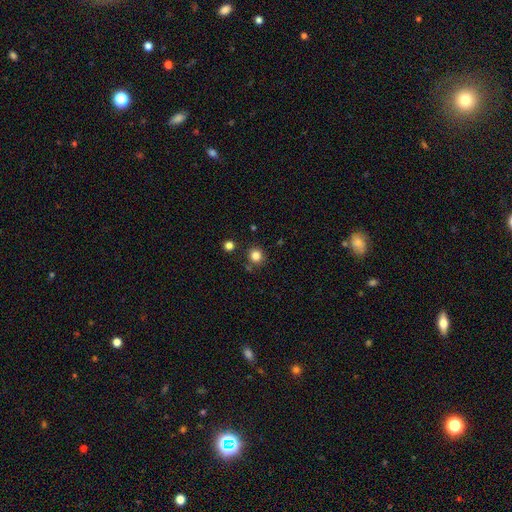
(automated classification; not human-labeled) A smooth galaxy with no disk features (83%) that is round (92%).

Vote fractions:
- Smooth or featured? smooth: 83% / star or artifact: 13% / featured or disk: 5%
- How rounded? round: 92% / in between: 7% / cigar-shaped: 1%
- Merging? none: 84% / minor disturbance: 8% / merger: 5% / major disturbance: 3%